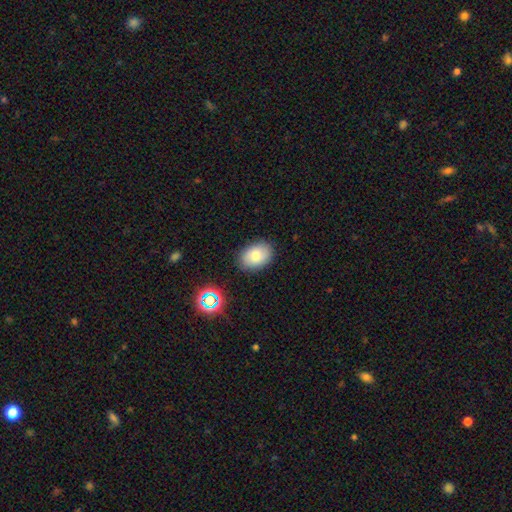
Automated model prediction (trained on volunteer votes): This appears to be a smooth galaxy with no disk features (78%) that is in between round and cigar-shaped (80%). Merging: none (86%).